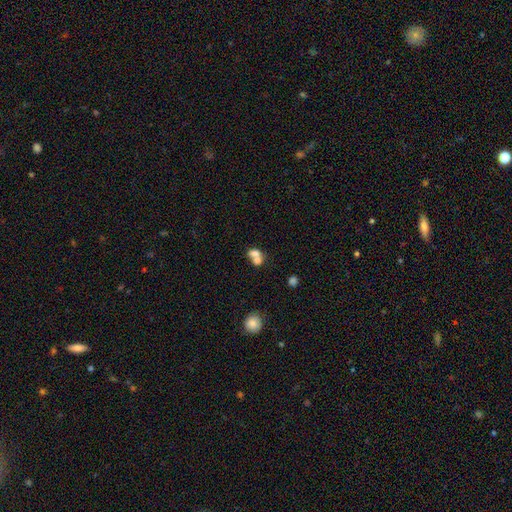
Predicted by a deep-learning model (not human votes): Smooth or featured: smooth — 70% (featured or disk — 20%)
How rounded: in between — 56% (round — 42%)
Merging: merger — 69% (none — 21%)